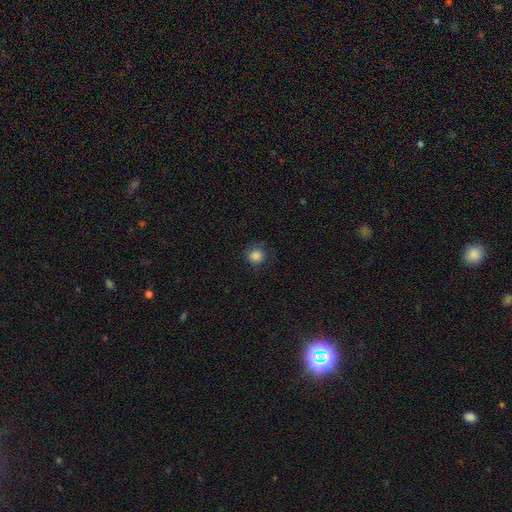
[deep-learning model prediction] This appears to be a smooth galaxy with no disk features (85%) that is round (90%). Merging: none (79%).